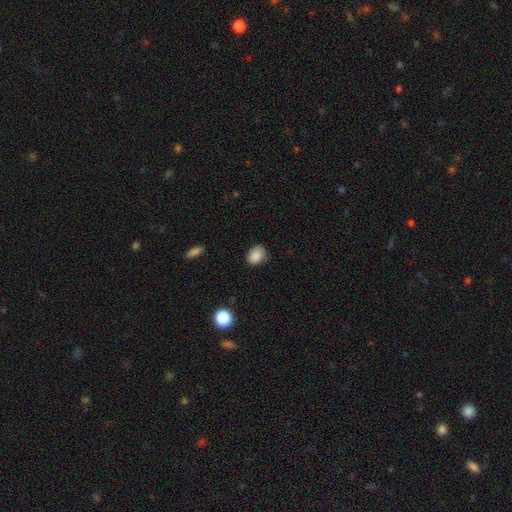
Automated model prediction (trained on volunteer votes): A smooth galaxy with no disk features (87%) that is in between round and cigar-shaped (66%).

Vote fractions:
- Smooth or featured? smooth: 87% / star or artifact: 9% / featured or disk: 4%
- How rounded? in between: 66% / round: 33% / cigar-shaped: 1%
- Merging? none: 78% / minor disturbance: 18% / major disturbance: 3% / merger: 1%